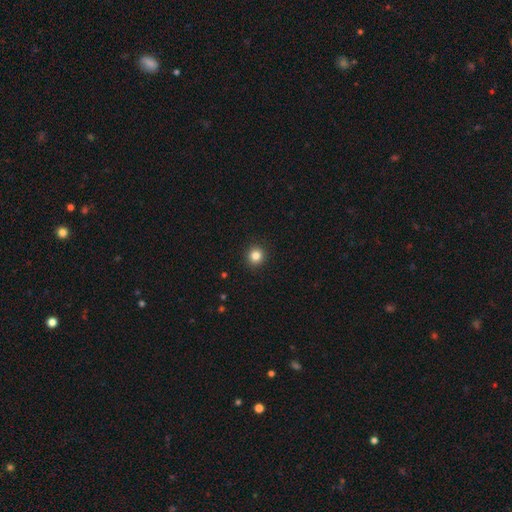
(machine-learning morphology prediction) This is clearly a smooth galaxy (83%). How rounded: clearly round (93%). Merging: clearly none (93%).